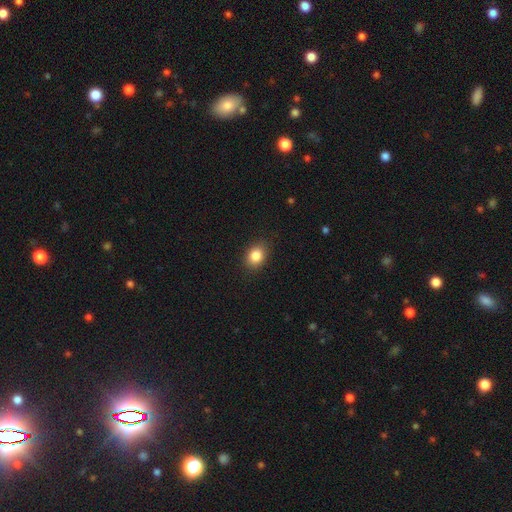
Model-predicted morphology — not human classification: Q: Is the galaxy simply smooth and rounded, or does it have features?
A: smooth — 85%.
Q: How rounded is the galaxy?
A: in between — 58%.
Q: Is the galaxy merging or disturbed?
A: none — 87%.